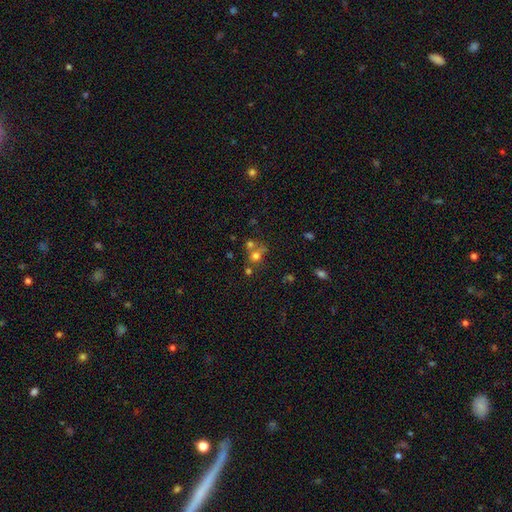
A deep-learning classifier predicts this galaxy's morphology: Overall: smooth (66%). How rounded: round (81%). Merging: none (46%; merger 39%).